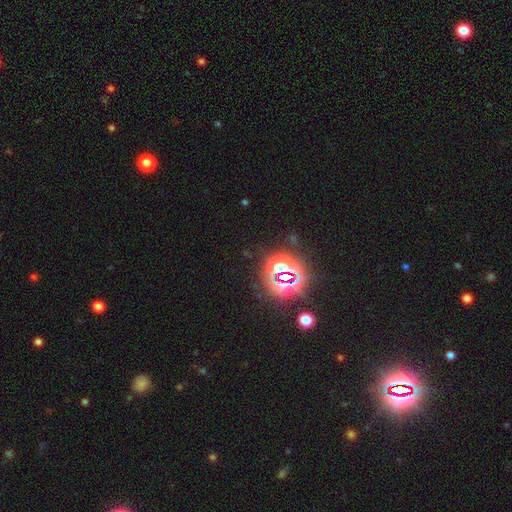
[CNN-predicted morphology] This is clearly a star or artifact rather than a galaxy (81%).